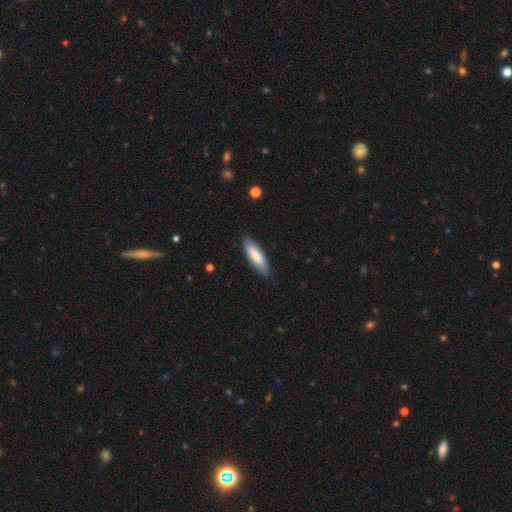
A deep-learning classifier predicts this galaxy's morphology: smooth 79%, featured or disk 15%, star or artifact 5%. Down the decision tree: how rounded — cigar-shaped (53%); merging — none (87%).